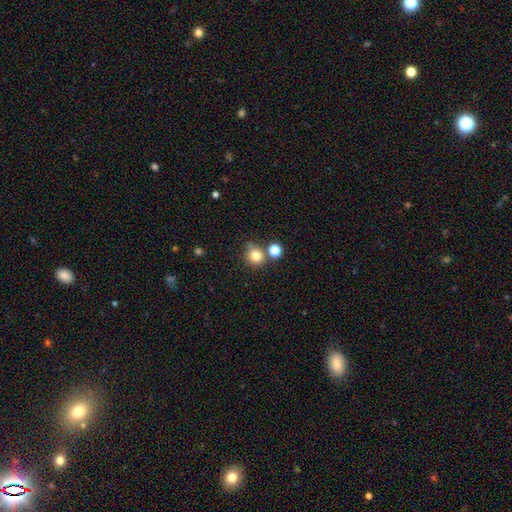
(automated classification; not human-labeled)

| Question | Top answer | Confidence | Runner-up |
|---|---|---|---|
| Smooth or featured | smooth | 79% | star or artifact (14%) |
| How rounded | round | 89% | in between (10%) |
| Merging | none | 67% | merger (17%) |